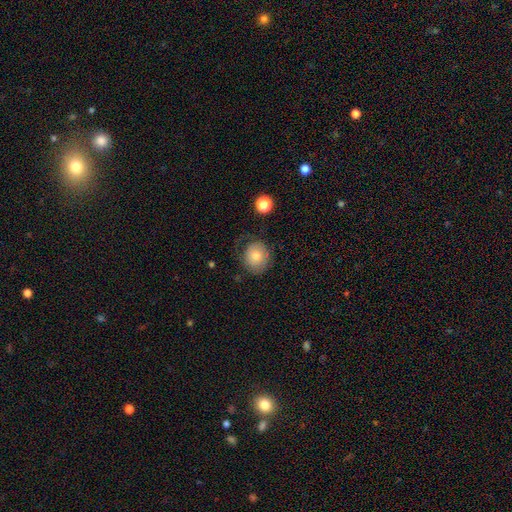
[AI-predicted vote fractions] Smooth or featured?
  - smooth: 71% *
  - featured or disk: 20%
  - star or artifact: 9%
How rounded?
  - round: 85% *
  - in between: 15%
  - cigar-shaped: 1%
Merging?
  - none: 68% *
  - minor disturbance: 20%
  - major disturbance: 10%
  - merger: 2%